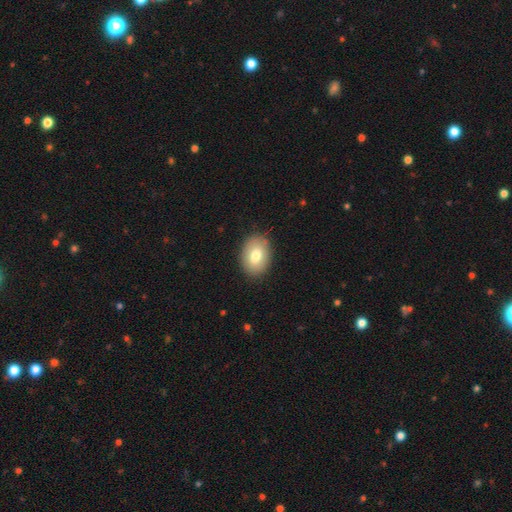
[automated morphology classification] smooth-or-featured: smooth: 78% | featured or disk: 15% | star or artifact: 8%
  how-rounded: in between: 81% | round: 17% | cigar-shaped: 1%
  merging: none: 87% | minor disturbance: 10% | major disturbance: 2% | merger: 1%